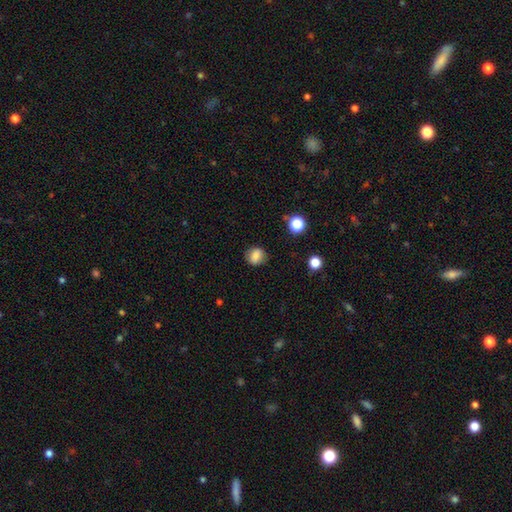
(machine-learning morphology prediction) smooth-or-featured: smooth: 82% | star or artifact: 11% | featured or disk: 8%
  how-rounded: round: 65% | in between: 34% | cigar-shaped: 1%
  merging: none: 82% | minor disturbance: 13% | major disturbance: 4% | merger: 2%